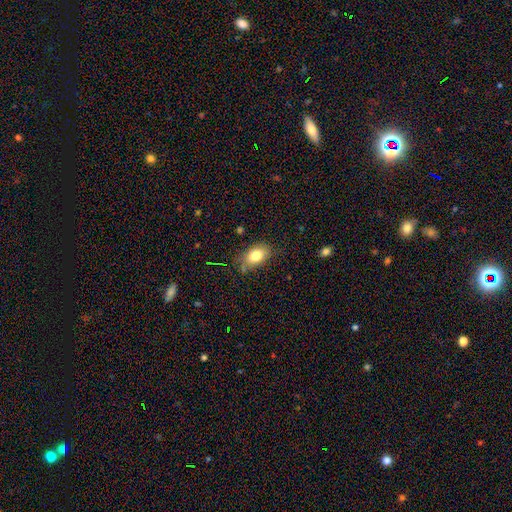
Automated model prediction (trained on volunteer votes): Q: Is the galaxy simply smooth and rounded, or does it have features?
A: smooth — 81%.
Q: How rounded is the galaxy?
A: in between — 85%.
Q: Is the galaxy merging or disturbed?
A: none — 73%.